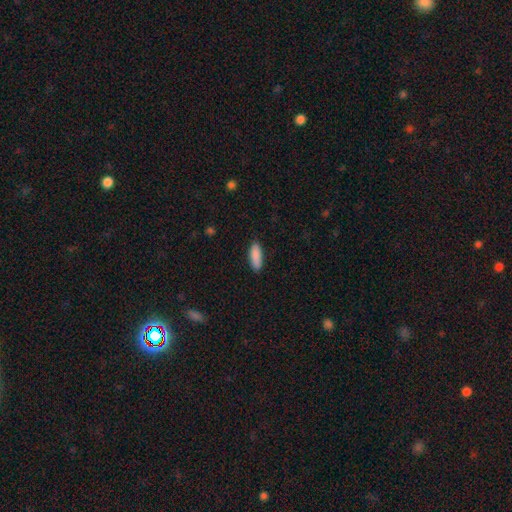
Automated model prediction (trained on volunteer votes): Overall: smooth (89%). How rounded: in between (64%; cigar-shaped 35%). Merging: none (86%).